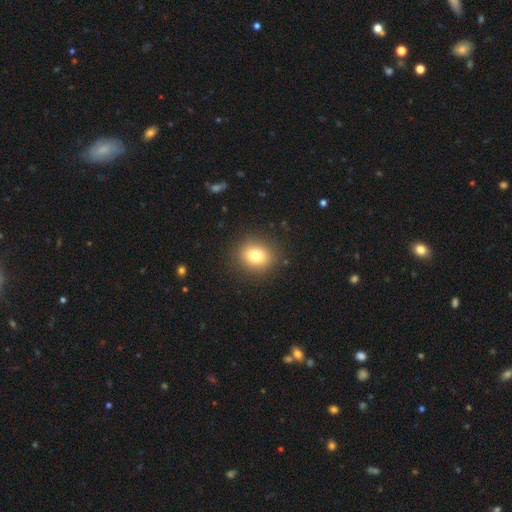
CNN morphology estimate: This is likely a smooth galaxy (78%). How rounded: likely round (73%). Merging: clearly none (88%).